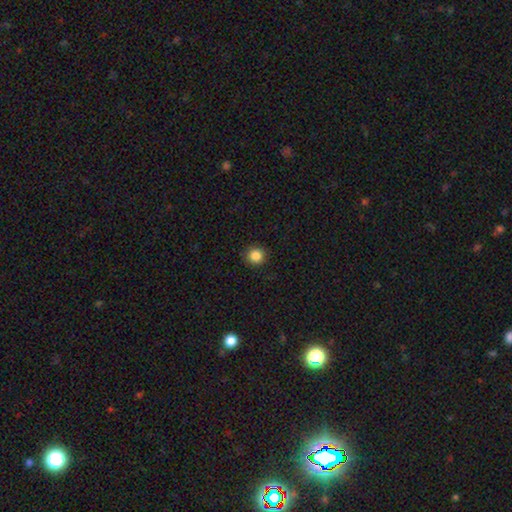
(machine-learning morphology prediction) type=smooth (86%); roundness=round (92%); merging=none (90%).